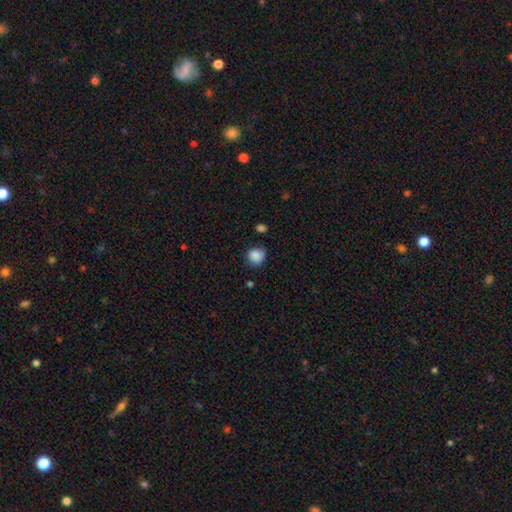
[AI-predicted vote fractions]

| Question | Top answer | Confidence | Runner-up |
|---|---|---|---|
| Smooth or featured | smooth | 87% | star or artifact (9%) |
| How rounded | round | 85% | in between (14%) |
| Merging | none | 76% | minor disturbance (18%) |